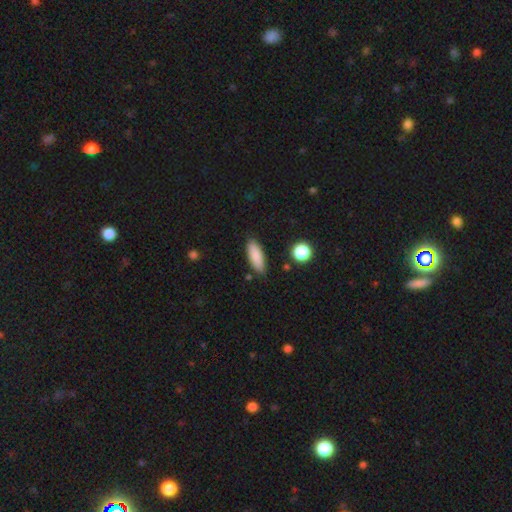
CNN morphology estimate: smooth_or_featured: smooth (p=0.86) [alt: featured or disk p=0.07]
how_rounded: in between (p=0.65) [alt: cigar-shaped p=0.33]
merging: none (p=0.84) [alt: minor disturbance p=0.11]